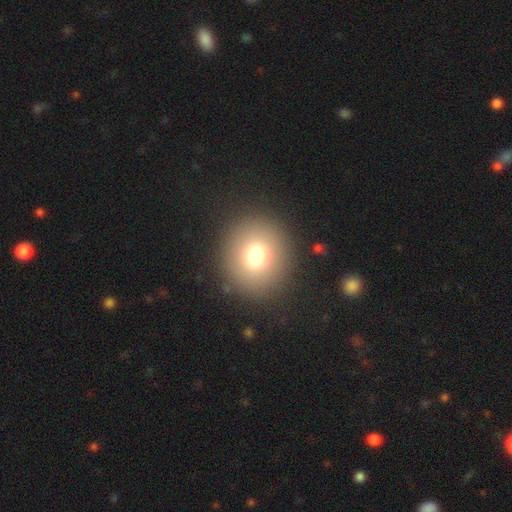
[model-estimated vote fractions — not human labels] Overall: smooth (75%). How rounded: round (89%). Merging: none (89%).